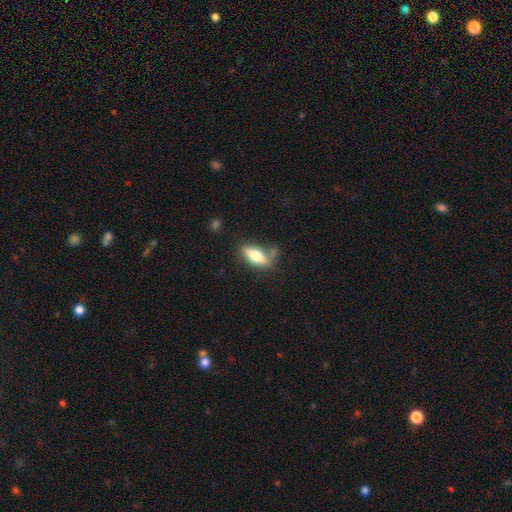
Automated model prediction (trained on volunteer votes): smooth-or-featured: smooth: 61% | featured or disk: 32% | star or artifact: 7%
  how-rounded: in between: 65% | cigar-shaped: 32% | round: 3%
  merging: none: 65% | minor disturbance: 19% | merger: 10% | major disturbance: 7%